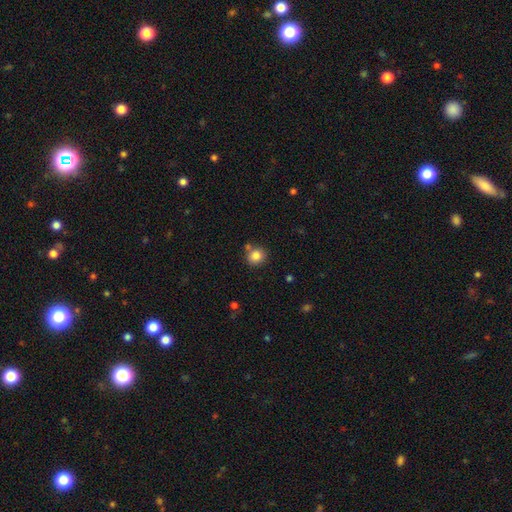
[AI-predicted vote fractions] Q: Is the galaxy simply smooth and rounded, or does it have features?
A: smooth — 83%.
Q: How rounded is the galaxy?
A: round — 86%.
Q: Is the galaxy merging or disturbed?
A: none — 73%.